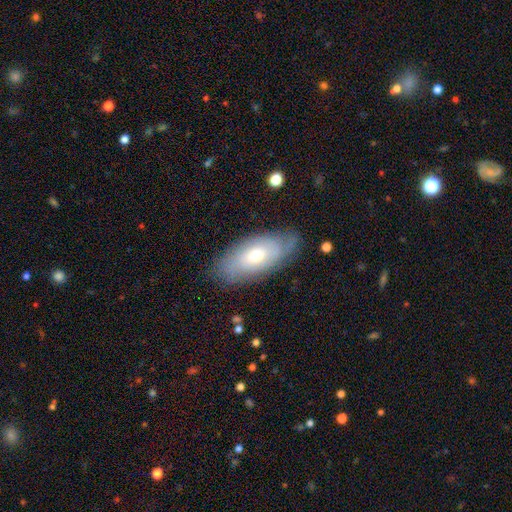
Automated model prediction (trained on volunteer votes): smooth_or_featured: featured or disk (p=0.49) [alt: smooth p=0.44]
merging: none (p=0.74) [alt: minor disturbance p=0.20]